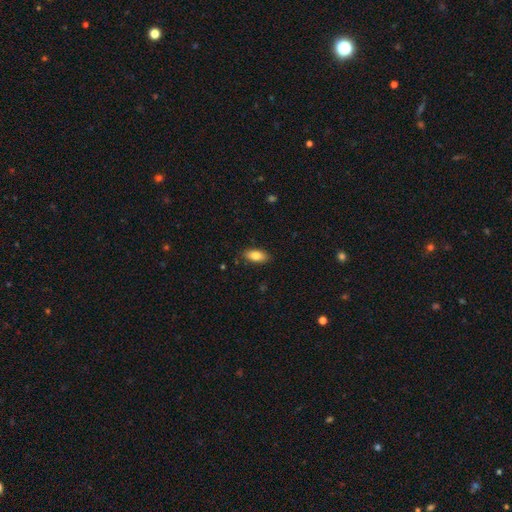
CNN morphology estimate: Overall: smooth (83%). How rounded: in between (87%). Merging: none (86%).